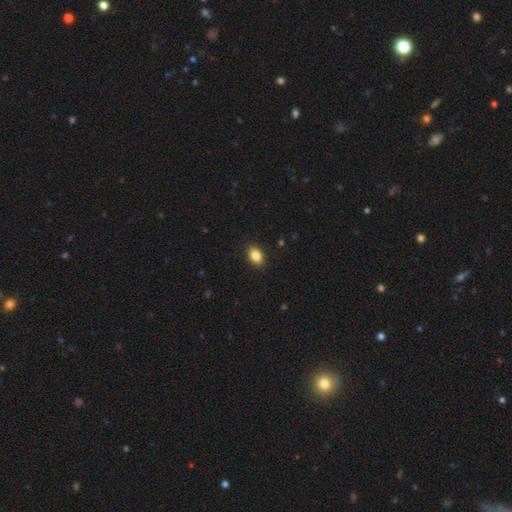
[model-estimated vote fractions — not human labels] This appears to be a smooth galaxy with no disk features (86%) that is in between round and cigar-shaped (82%). Merging: none (90%).